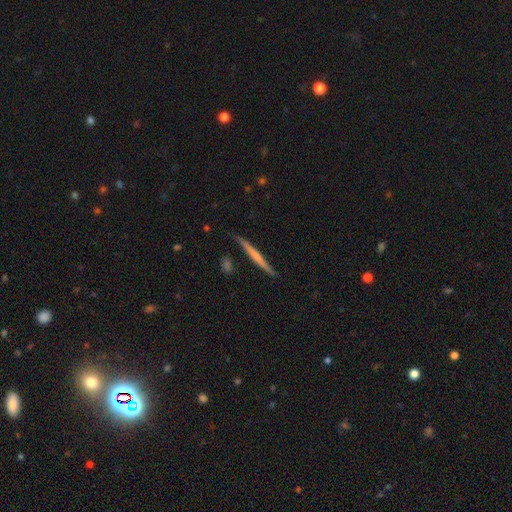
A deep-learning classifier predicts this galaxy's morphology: Smooth or featured: featured or disk — 53% (smooth — 42%)
Edge-on disk: yes — 97% (no — 3%)
Edge-on bulge: none — 65% (rounded — 25%)
Merging: none — 87% (minor disturbance — 10%)